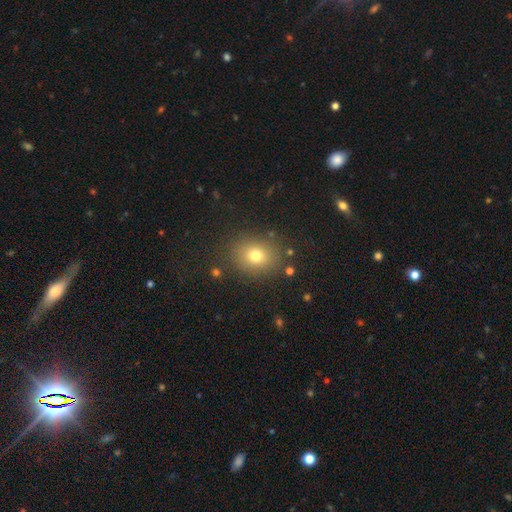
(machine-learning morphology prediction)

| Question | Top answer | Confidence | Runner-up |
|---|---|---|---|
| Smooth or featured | smooth | 75% | star or artifact (15%) |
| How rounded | round | 62% | in between (37%) |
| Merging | none | 85% | minor disturbance (9%) |